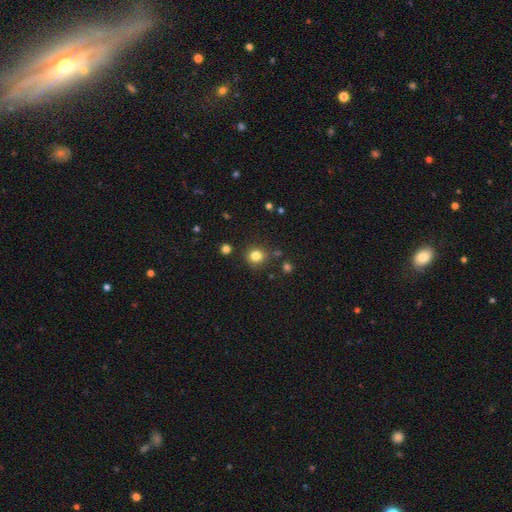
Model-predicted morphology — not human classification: type=smooth (81%); roundness=round (91%); merging=none (83%).